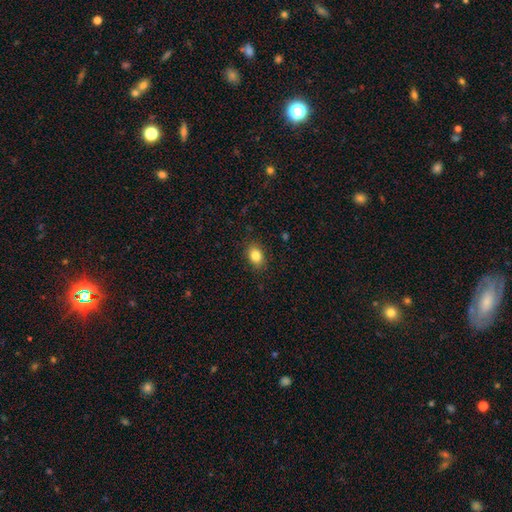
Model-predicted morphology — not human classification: Smooth or featured? Predicted: smooth (p=0.84). How rounded? Predicted: in between (p=0.70). Merging? Predicted: none (p=0.87).